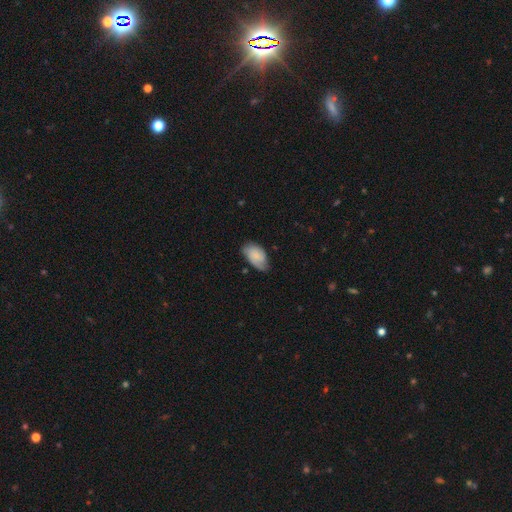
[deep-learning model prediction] Smooth or featured? Predicted: smooth (p=0.65). How rounded? Predicted: in between (p=0.93). Merging? Predicted: none (p=0.55).